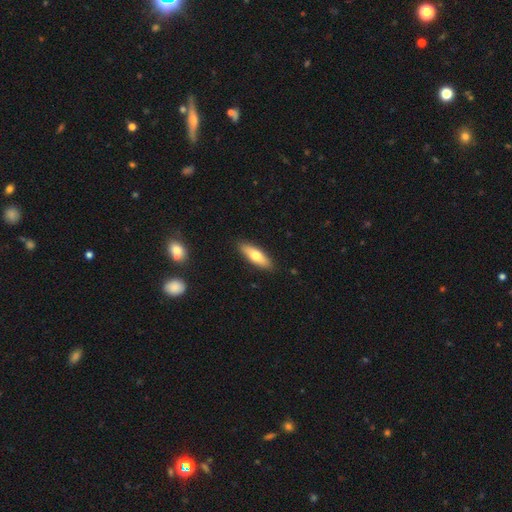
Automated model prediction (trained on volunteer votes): Smooth or featured? smooth (66%)
How rounded? in between (49%, tied with cigar-shaped)
Merging? none (89%)